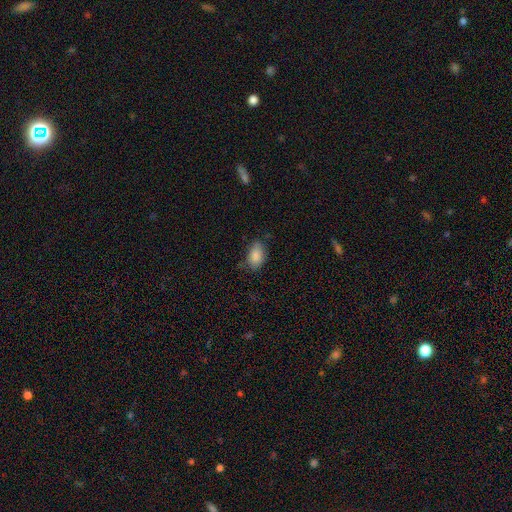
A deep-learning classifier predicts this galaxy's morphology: A smooth galaxy with no disk features (86%) that is in between round and cigar-shaped (91%).

Vote fractions:
- Smooth or featured? smooth: 86% / star or artifact: 8% / featured or disk: 6%
- How rounded? in between: 91% / round: 7% / cigar-shaped: 2%
- Merging? none: 67% / minor disturbance: 25% / major disturbance: 6% / merger: 2%